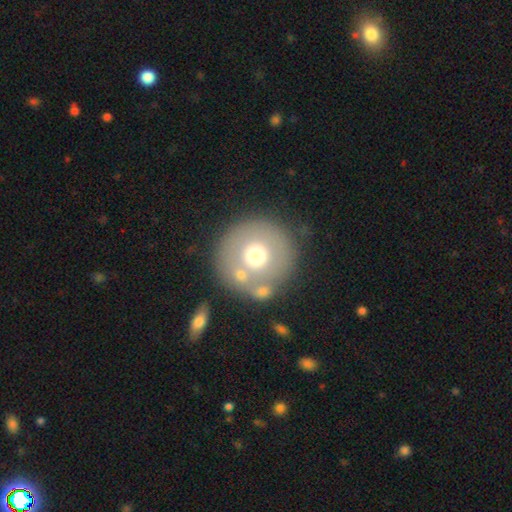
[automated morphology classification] type=smooth (60%); roundness=round (95%); merging=none (74%).